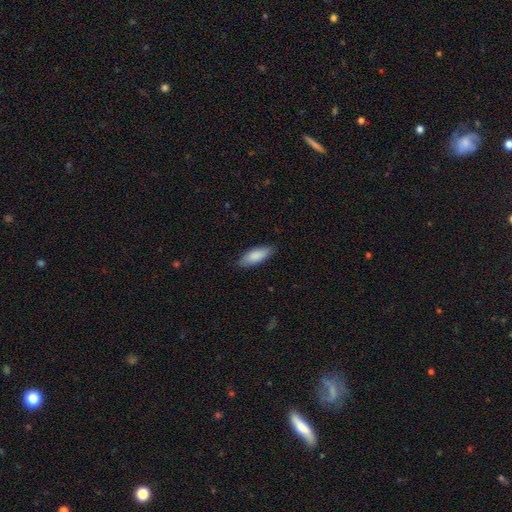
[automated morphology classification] Smooth or featured: smooth — 86% (featured or disk — 8%)
How rounded: in between — 71% (cigar-shaped — 27%)
Merging: none — 84% (minor disturbance — 13%)